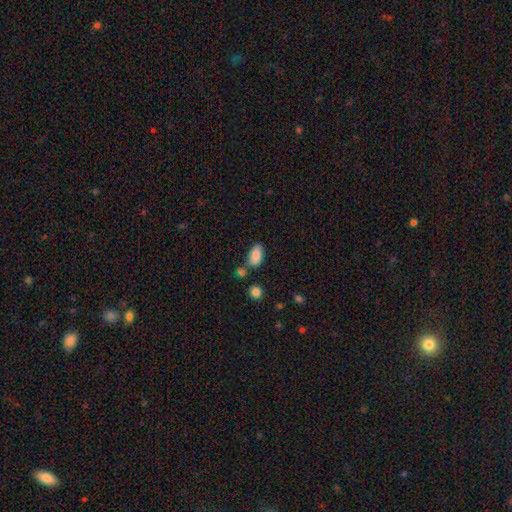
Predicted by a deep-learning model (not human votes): This is clearly a smooth galaxy (86%). How rounded: clearly in between (92%). Merging: likely none (67%).